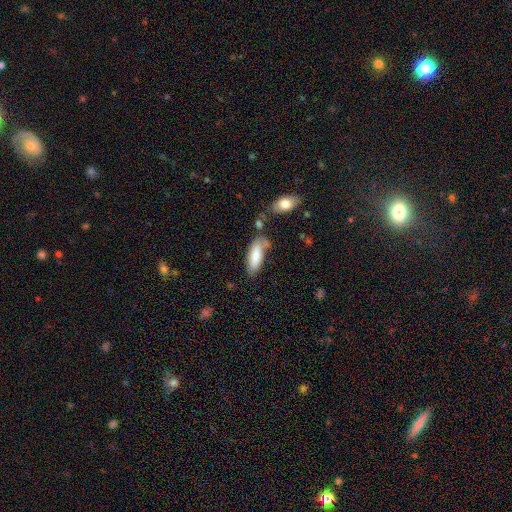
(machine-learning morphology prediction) Q: Smooth or featured?
A: smooth (79%); runner-up: featured or disk (15%)
Q: How rounded?
A: in between (69%); runner-up: cigar-shaped (30%)
Q: Merging?
A: none (55%); runner-up: minor disturbance (25%)